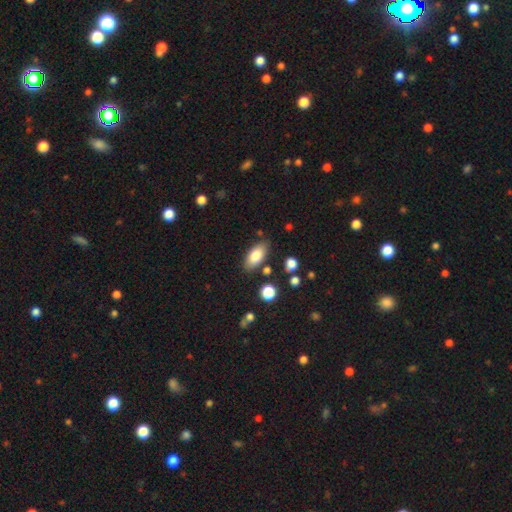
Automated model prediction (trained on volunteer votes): smooth_or_featured: smooth (p=0.82) [alt: featured or disk p=0.11]
how_rounded: in between (p=0.89) [alt: cigar-shaped p=0.07]
merging: none (p=0.82) [alt: minor disturbance p=0.12]